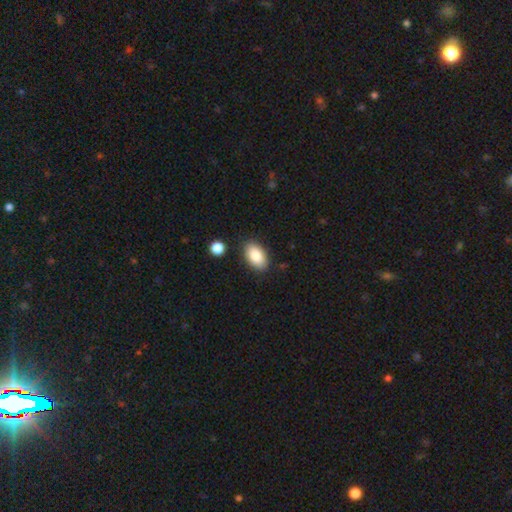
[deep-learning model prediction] Smooth or featured: smooth — 88% (star or artifact — 7%)
How rounded: in between — 94% (round — 5%)
Merging: none — 86% (minor disturbance — 9%)